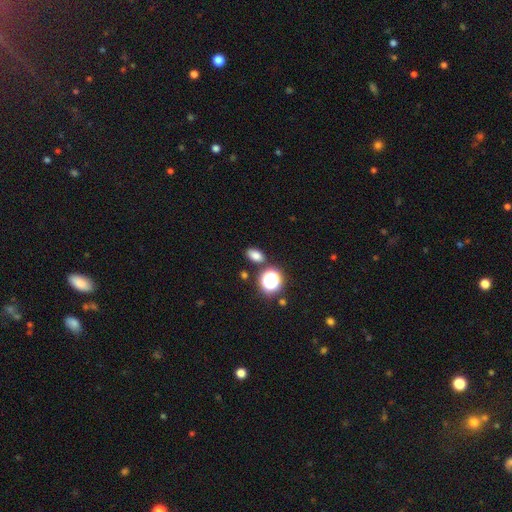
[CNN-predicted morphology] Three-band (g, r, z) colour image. It shows a smooth galaxy with no disk features (75%) that is in between round and cigar-shaped (80%). Merging: none (81%).